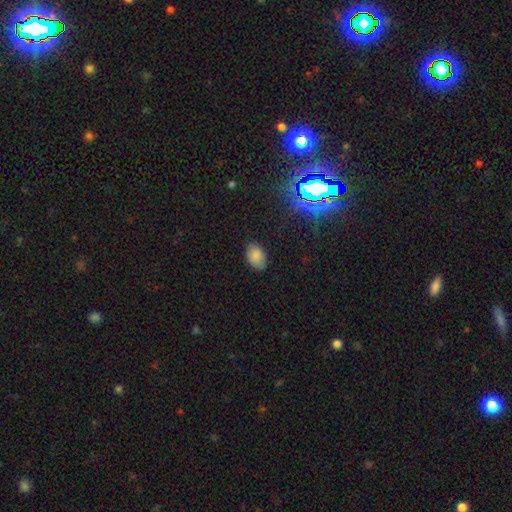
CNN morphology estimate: smooth-or-featured: smooth: 84% | star or artifact: 11% | featured or disk: 5%
  how-rounded: in between: 83% | round: 16% | cigar-shaped: 1%
  merging: none: 81% | minor disturbance: 15% | major disturbance: 3% | merger: 1%